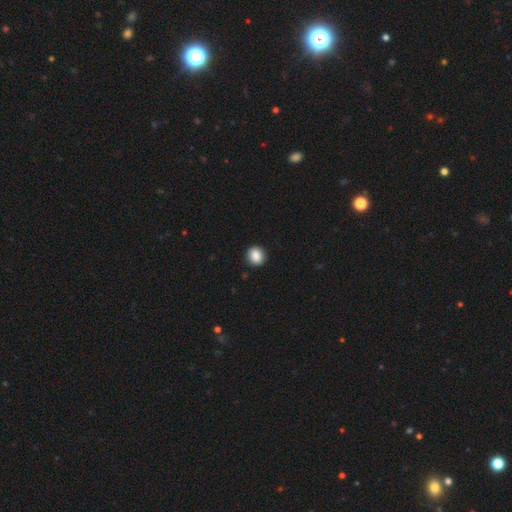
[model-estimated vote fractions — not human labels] Morphology: type=smooth (88%); roundness=round (79%); merging=none (91%).